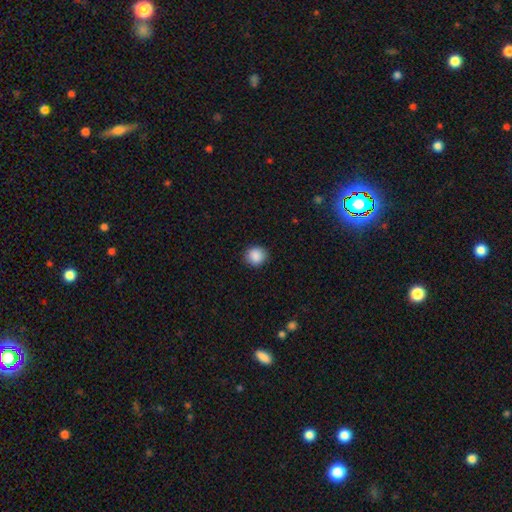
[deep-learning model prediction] This is clearly a smooth galaxy (88%). How rounded: clearly round (87%). Merging: clearly none (89%).